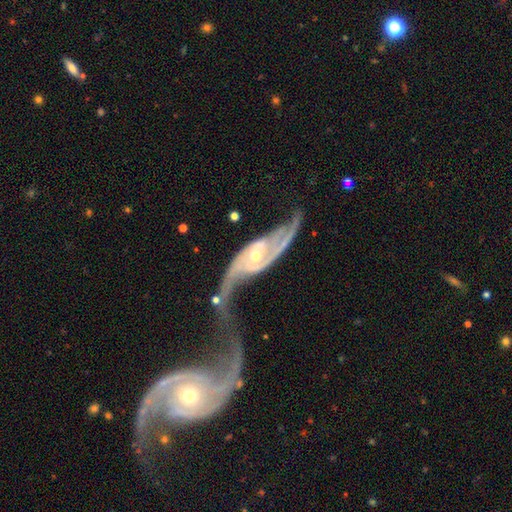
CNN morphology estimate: A featured or disk galaxy (90%) with no bar (46%), 2 (83%) loose (53%) spiral arms (95%) and a small central bulge (53%).

Vote fractions:
- Smooth or featured? featured or disk: 90% / smooth: 5% / star or artifact: 5%
- Edge-on disk? no: 92% / yes: 8%
- Bar? no: 46% / weak: 36% / strong: 19%
- Spiral arms? yes: 95% / no: 5%
- Spiral winding? loose: 53% / medium: 32% / tight: 15%
- Spiral arm count? 2: 83% / can't tell: 6% / 3: 3% / 1: 3% / 4: 2% / more than 4: 2%
- Bulge size? small: 53% / moderate: 43% / large: 2% / none: 1% / dominant: 1%
- Merging? merger: 33% / major disturbance: 29% / none: 24% / minor disturbance: 14%